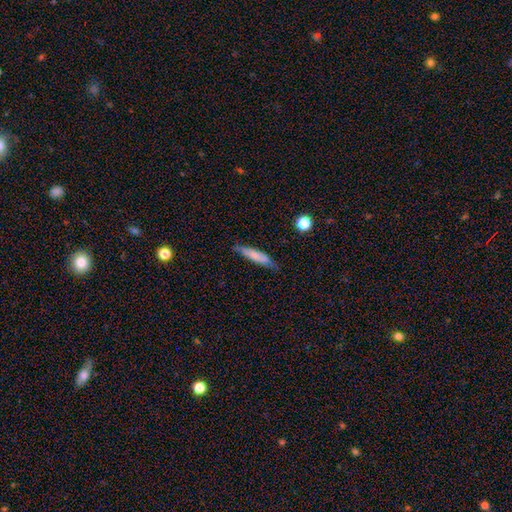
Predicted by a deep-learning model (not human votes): Smooth or featured? smooth (65%)
How rounded? cigar-shaped (80%)
Merging? none (75%)